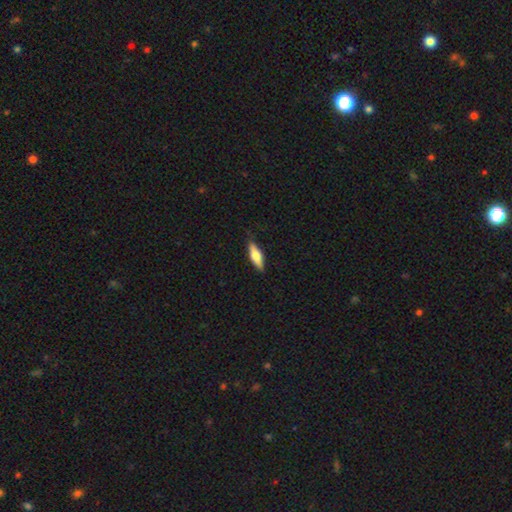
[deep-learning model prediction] Overall: smooth (55%; featured or disk 39%). How rounded: cigar-shaped (50%; in between 48%). Merging: none (83%).